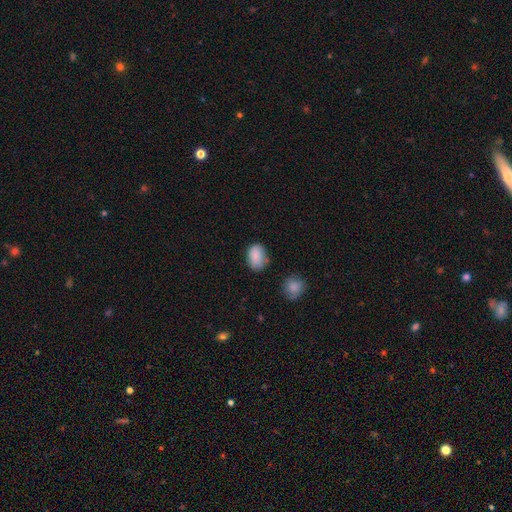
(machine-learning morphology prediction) smooth 87%, star or artifact 8%, featured or disk 5%. Down the decision tree: how rounded — in between (78%); merging — none (66%).